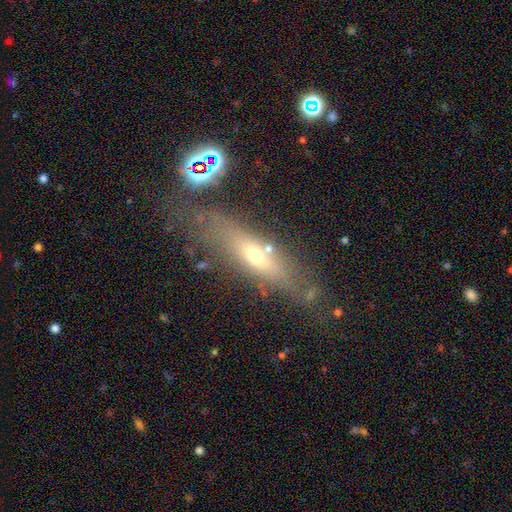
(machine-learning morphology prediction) type=featured or disk (46%); merging=none (67%).